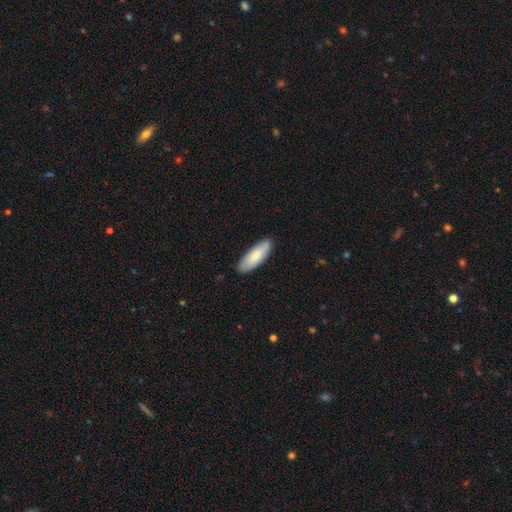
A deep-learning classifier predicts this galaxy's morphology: Overall: smooth (78%). How rounded: in between (64%; cigar-shaped 34%). Merging: none (85%).